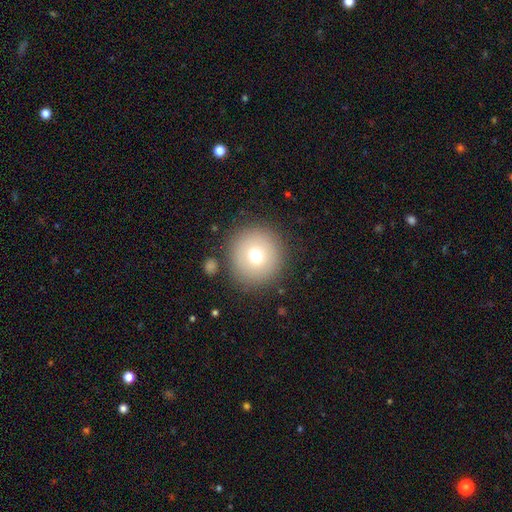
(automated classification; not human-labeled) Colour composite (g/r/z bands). It shows a smooth galaxy with no disk features (71%) that is round (94%). Merging: none (86%).